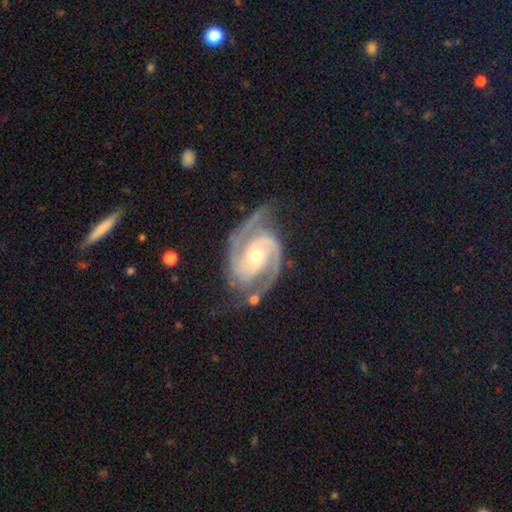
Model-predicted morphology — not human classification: featured or disk 93%, star or artifact 4%, smooth 3%. Down the decision tree: edge-on disk — no (98%); bar — no (49%); spiral arms — yes (99%); spiral arm count — 2 (86%); spiral winding — medium (49%); bulge size — moderate (61%); merging — none (69%).